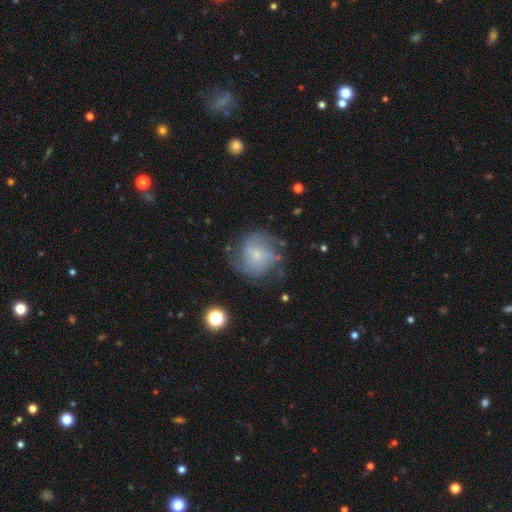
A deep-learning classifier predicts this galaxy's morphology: The model was most divided on "spiral winding": tight: 41%, medium: 40%, loose: 19%. Remaining: edge-on disk — no (98%); spiral arms — yes (89%); bulge size — small (76%); bar — no (73%); smooth or featured — featured or disk (70%); merging — none (66%); spiral arm count — can't tell (38%).